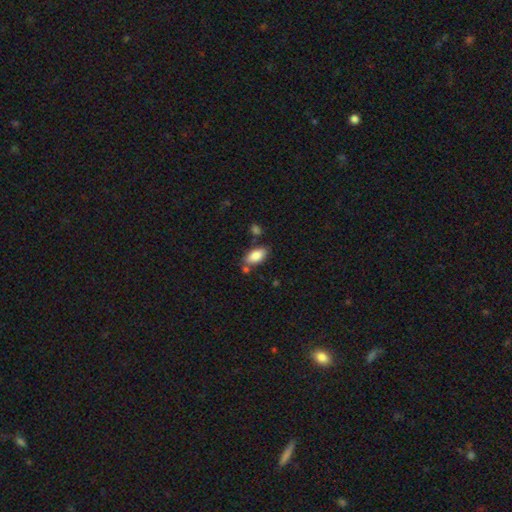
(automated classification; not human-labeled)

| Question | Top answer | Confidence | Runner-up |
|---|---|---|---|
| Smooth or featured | smooth | 85% | featured or disk (9%) |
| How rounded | in between | 91% | cigar-shaped (6%) |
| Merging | none | 72% | minor disturbance (15%) |